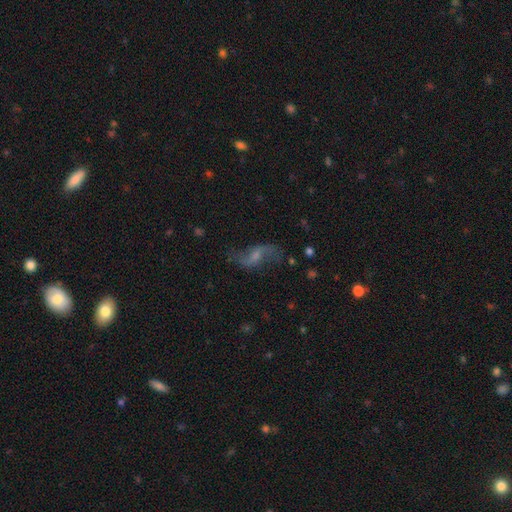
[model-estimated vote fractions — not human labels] Smooth or featured?
  - featured or disk: 76% *
  - smooth: 14%
  - star or artifact: 9%
Edge-on disk?
  - no: 94% *
  - yes: 6%
Bar?
  - weak: 47% *
  - no: 37%
  - strong: 16%
Spiral arms?
  - yes: 92% *
  - no: 8%
Spiral winding?
  - loose: 88% *
  - medium: 9%
  - tight: 3%
Spiral arm count?
  - 2: 91% *
  - 1: 3%
  - can't tell: 3%
  - 3: 1%
  - 4: 1%
  - more than 4: 1%
Bulge size?
  - small: 43% *
  - moderate: 27%
  - none: 25%
  - large: 4%
  - dominant: 1%
Merging?
  - none: 69% *
  - minor disturbance: 17%
  - major disturbance: 12%
  - merger: 3%